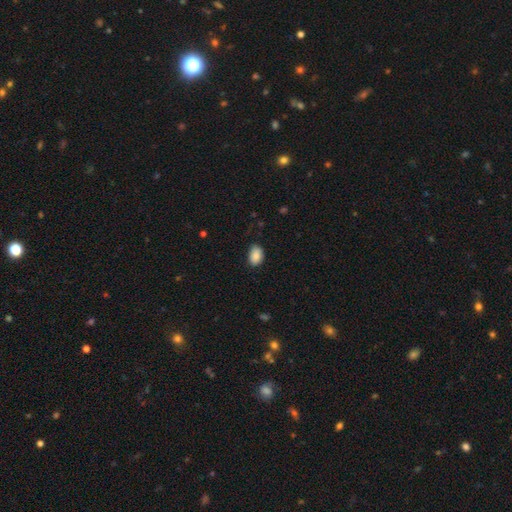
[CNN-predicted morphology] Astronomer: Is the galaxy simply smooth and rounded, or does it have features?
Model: smooth — 87%.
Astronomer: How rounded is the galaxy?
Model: in between — 85%.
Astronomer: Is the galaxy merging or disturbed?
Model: none — 76%.